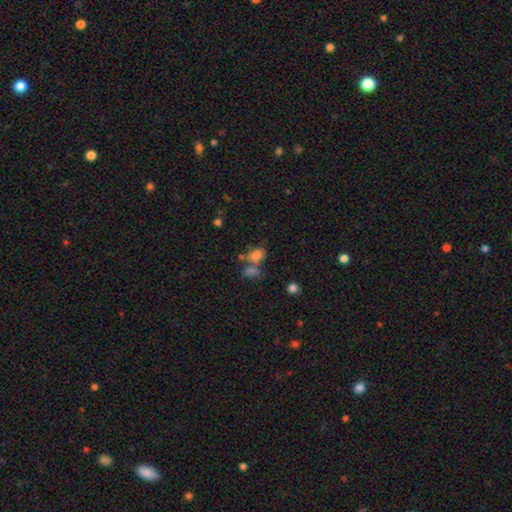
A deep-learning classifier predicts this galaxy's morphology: This appears to be a smooth galaxy with no disk features (75%) that is in between round and cigar-shaped (75%). Merging: merger (41%).